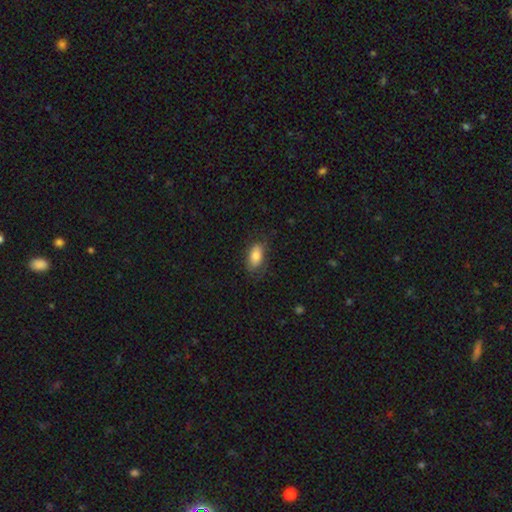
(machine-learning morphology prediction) type=smooth (80%); roundness=in between (90%); merging=none (74%).